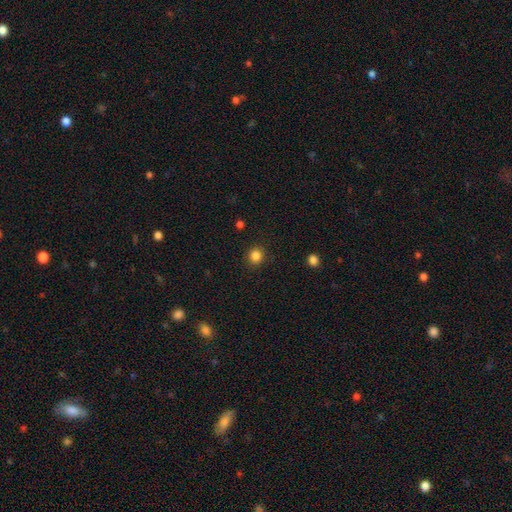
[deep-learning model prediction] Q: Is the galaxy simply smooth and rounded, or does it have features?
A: smooth — 84%.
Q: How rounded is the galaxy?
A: round — 91%.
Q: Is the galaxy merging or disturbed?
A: none — 91%.